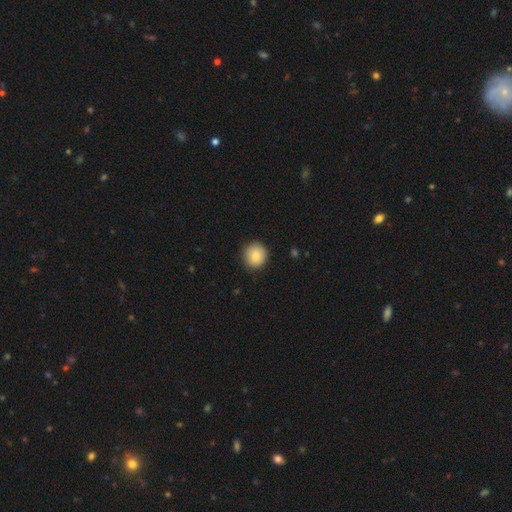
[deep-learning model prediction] smooth 81%, featured or disk 11%, star or artifact 8%. Down the decision tree: how rounded — round (92%); merging — none (89%).